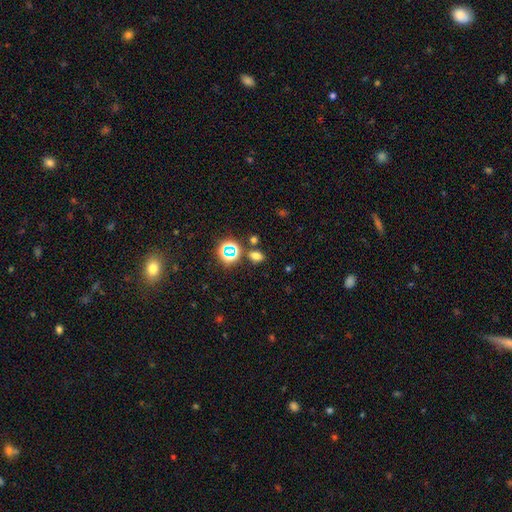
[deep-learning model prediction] smooth-or-featured: smooth: 66% | star or artifact: 27% | featured or disk: 7%
  how-rounded: in between: 67% | round: 31% | cigar-shaped: 2%
  merging: none: 77% | minor disturbance: 10% | merger: 9% | major disturbance: 4%